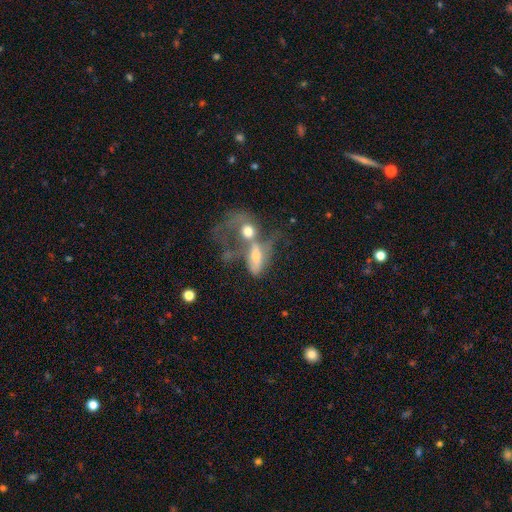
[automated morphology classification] This is possibly a featured or disk galaxy (54%). It is likely not viewed edge-on (79%). Merging: likely merger (70%).